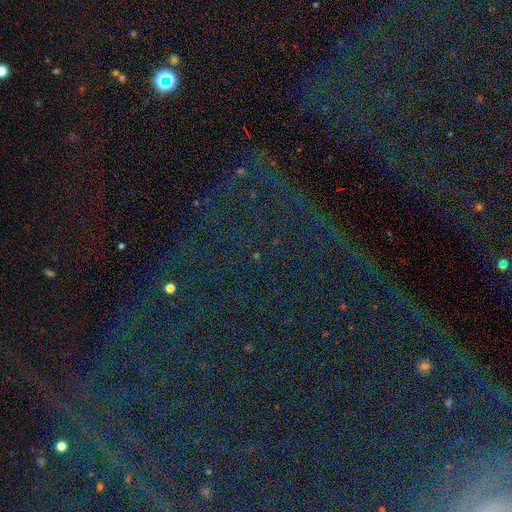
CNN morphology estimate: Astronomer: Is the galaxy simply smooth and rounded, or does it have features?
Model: star or artifact — 82%.